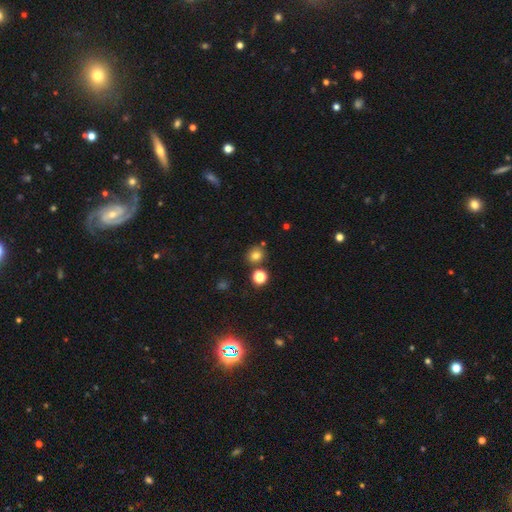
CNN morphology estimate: smooth 76%, star or artifact 17%, featured or disk 7%. Down the decision tree: how rounded — round (79%); merging — none (77%).